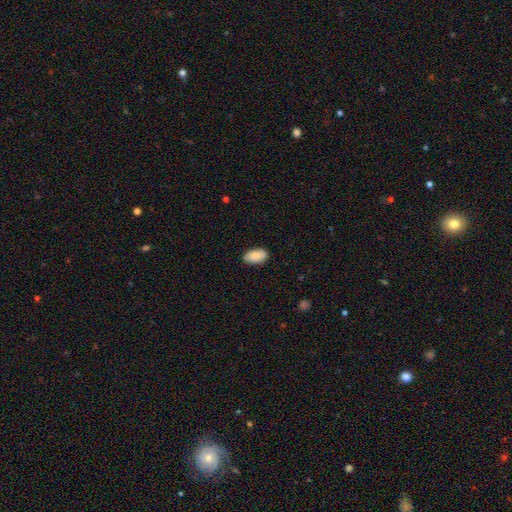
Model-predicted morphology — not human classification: Smooth or featured? Predicted: smooth (p=0.88). How rounded? Predicted: in between (p=0.94). Merging? Predicted: none (p=0.86).